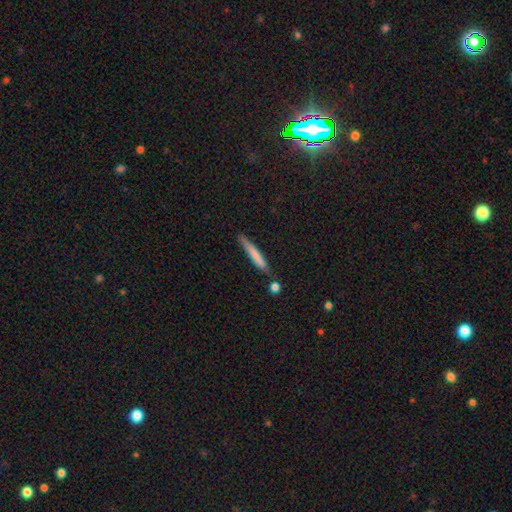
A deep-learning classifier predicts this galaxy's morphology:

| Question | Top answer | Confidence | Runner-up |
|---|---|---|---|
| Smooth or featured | smooth | 71% | featured or disk (22%) |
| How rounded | cigar-shaped | 95% | in between (4%) |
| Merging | none | 72% | minor disturbance (18%) |